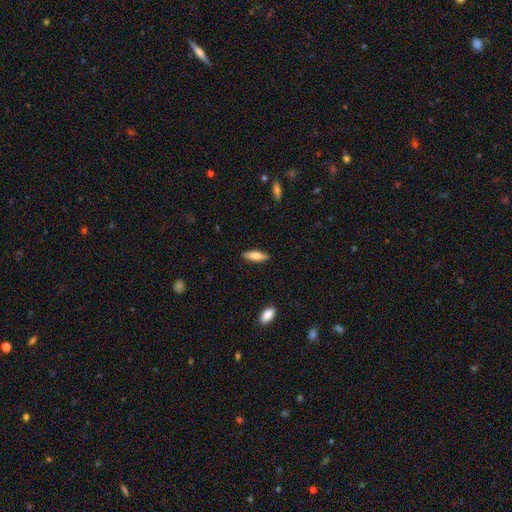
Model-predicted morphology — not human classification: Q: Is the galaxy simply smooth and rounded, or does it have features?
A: smooth — 73%.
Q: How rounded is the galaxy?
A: cigar-shaped — 54%.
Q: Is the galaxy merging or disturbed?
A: none — 88%.